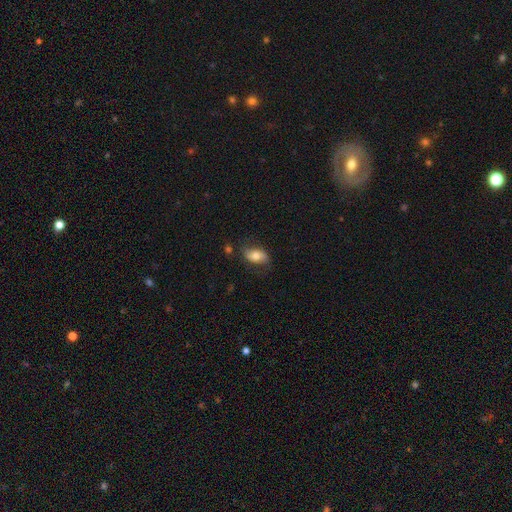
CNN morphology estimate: smooth 63%, featured or disk 29%, star or artifact 8%. Down the decision tree: how rounded — in between (90%); merging — none (68%).